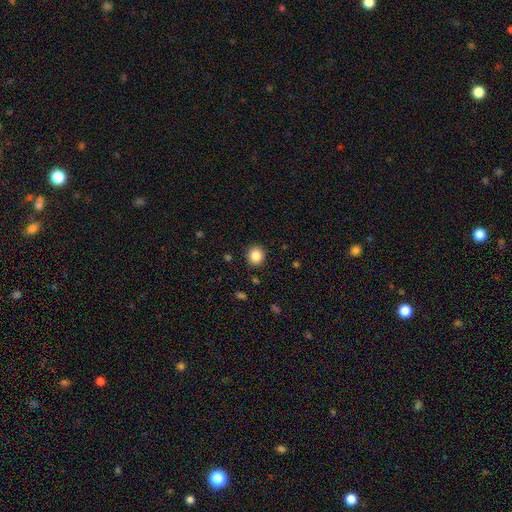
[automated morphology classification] Smooth or featured: smooth — 85% (star or artifact — 10%)
How rounded: round — 88% (in between — 11%)
Merging: none — 91% (minor disturbance — 6%)